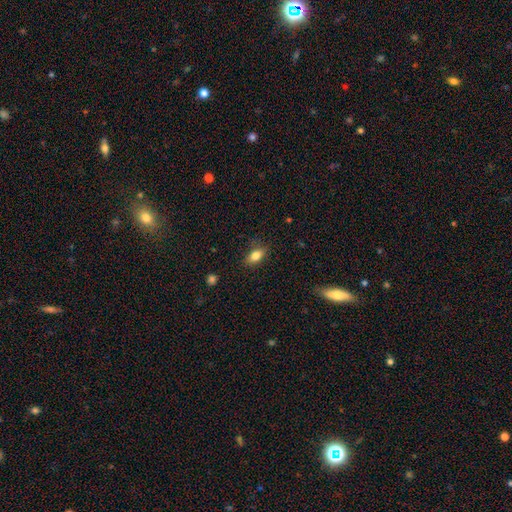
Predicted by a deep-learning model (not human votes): smooth 81%, featured or disk 11%, star or artifact 9%. Down the decision tree: how rounded — in between (83%); merging — none (82%).